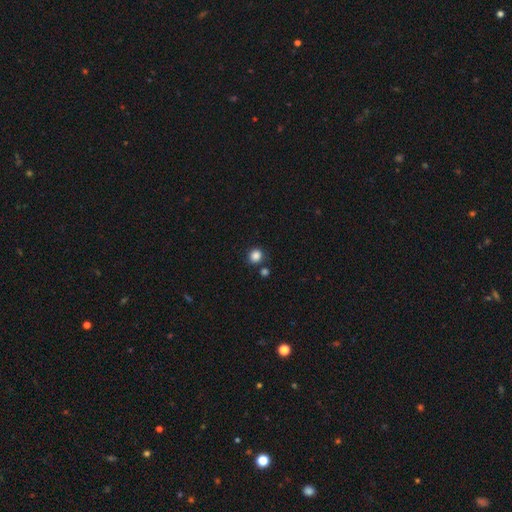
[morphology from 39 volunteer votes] Smooth or featured?
  - smooth: 92% *
  - star or artifact: 8%
  - featured or disk: 0%
How rounded?
  - round: 81% *
  - in between: 19%
  - cigar-shaped: 0%
Merging?
  - none: 75% *
  - minor disturbance: 17%
  - merger: 6%
  - major disturbance: 3%